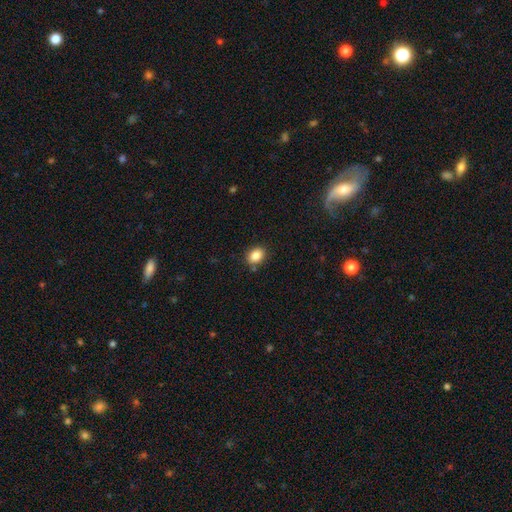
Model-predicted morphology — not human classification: smooth 87%, star or artifact 9%, featured or disk 5%. Down the decision tree: how rounded — in between (67%); merging — none (85%).